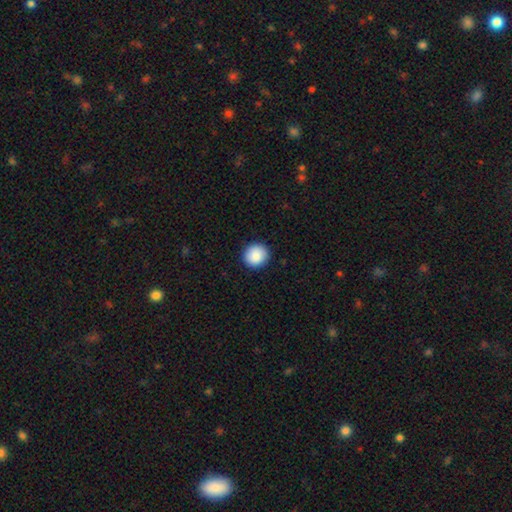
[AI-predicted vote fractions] Q: Smooth or featured?
A: smooth (88%); runner-up: star or artifact (8%)
Q: How rounded?
A: round (92%); runner-up: in between (7%)
Q: Merging?
A: none (91%); runner-up: minor disturbance (6%)